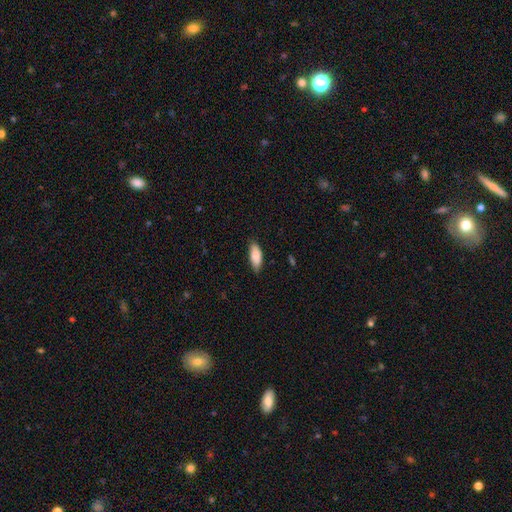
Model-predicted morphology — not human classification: smooth-or-featured: smooth: 87% | featured or disk: 7% | star or artifact: 6%
  how-rounded: in between: 80% | cigar-shaped: 18% | round: 2%
  merging: none: 76% | minor disturbance: 20% | major disturbance: 3% | merger: 1%